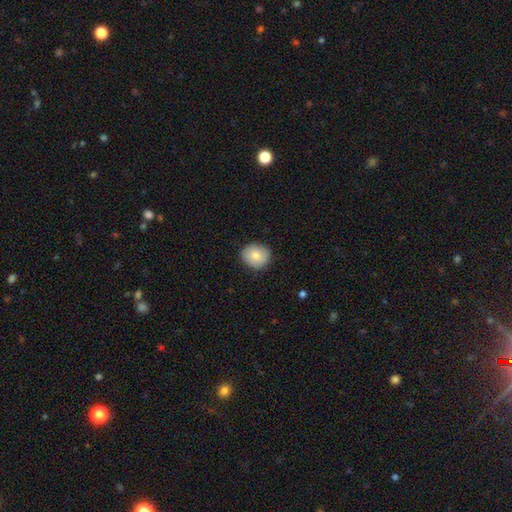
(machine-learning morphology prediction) A smooth galaxy with no disk features (80%) that is round (72%). Merging: none (84%).